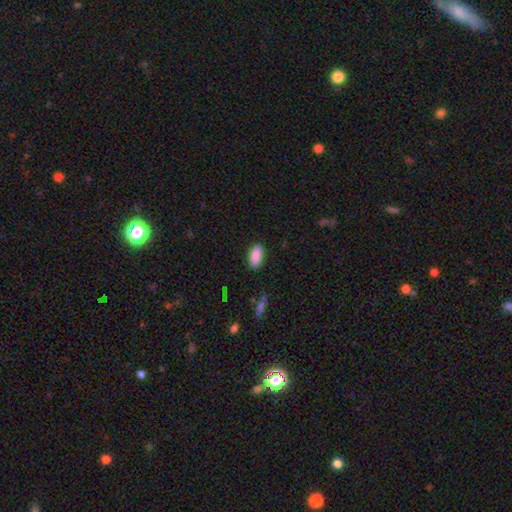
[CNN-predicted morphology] smooth 90%, star or artifact 7%, featured or disk 3%. Down the decision tree: how rounded — in between (91%); merging — none (87%).